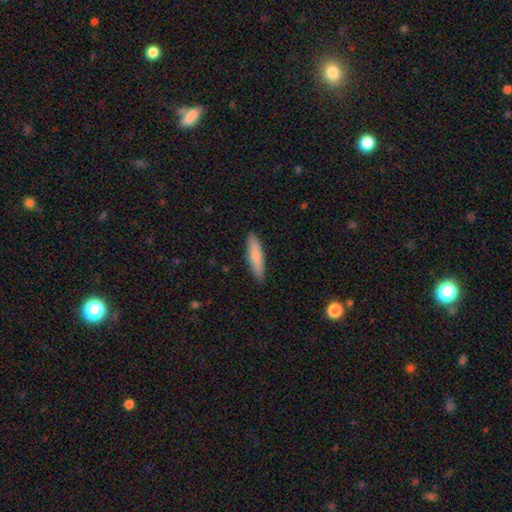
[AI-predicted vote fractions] This appears to be a smooth galaxy with no disk features (76%) that is cigar-shaped (76%). Merging: none (88%).